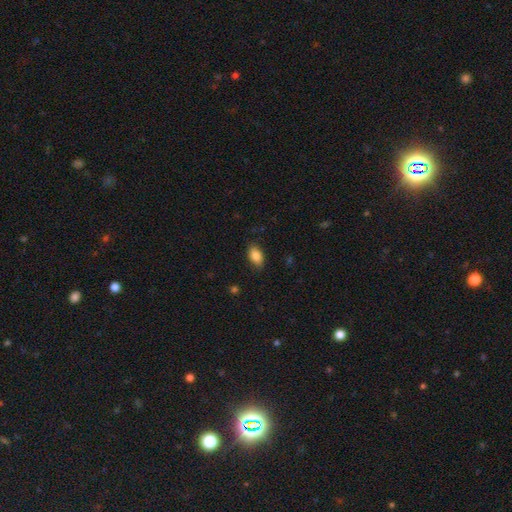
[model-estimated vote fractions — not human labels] Q: Smooth or featured?
A: smooth (85%); runner-up: star or artifact (8%)
Q: How rounded?
A: in between (90%); runner-up: round (8%)
Q: Merging?
A: none (84%); runner-up: minor disturbance (12%)